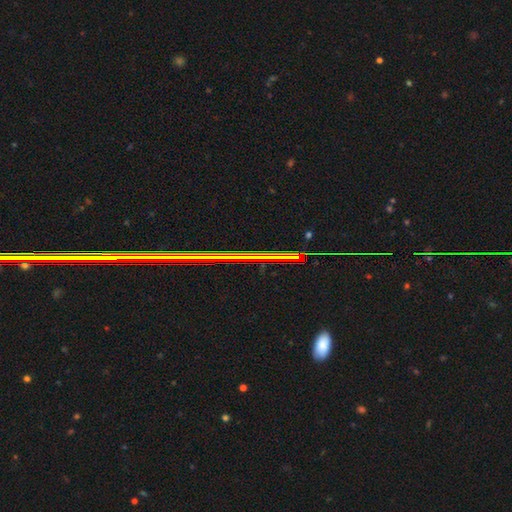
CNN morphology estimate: Smooth or featured? Predicted: star or artifact (p=0.74).